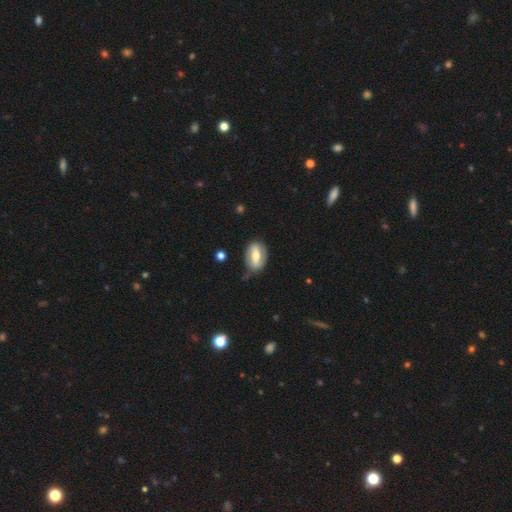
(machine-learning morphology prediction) type=featured or disk (62%); edge-on=no (90%); bar=strong (58%); spiral arms=yes (60%); bulge=moderate (66%); merging=none (66%).